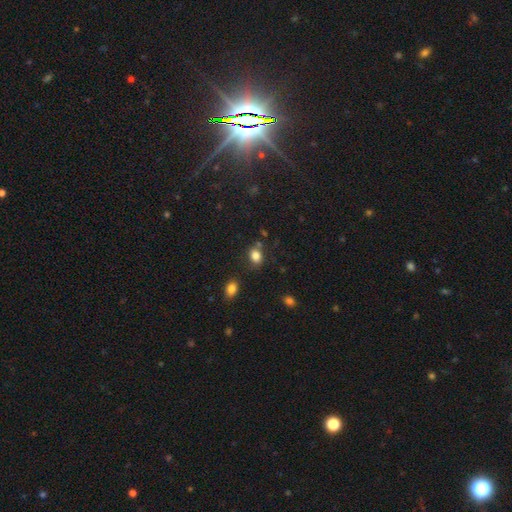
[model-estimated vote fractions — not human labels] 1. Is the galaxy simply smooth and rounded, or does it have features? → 82% smooth, 11% star or artifact, 7% featured or disk.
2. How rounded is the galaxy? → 54% in between, 45% round, 1% cigar-shaped.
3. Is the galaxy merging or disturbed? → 69% none, 18% minor disturbance, 9% merger, 5% major disturbance.